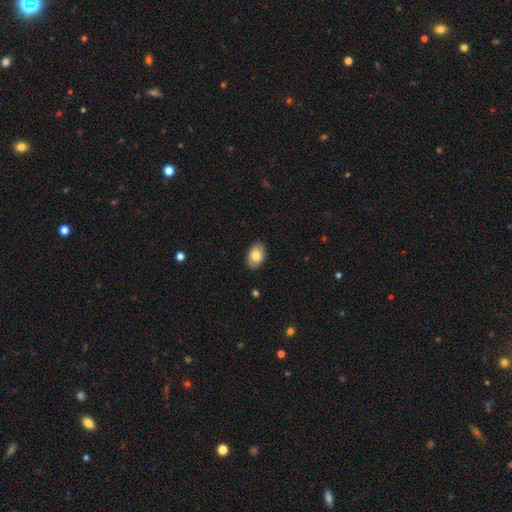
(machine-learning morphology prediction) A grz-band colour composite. It shows a smooth galaxy with no disk features (81%) that is in between round and cigar-shaped (89%). Merging: none (88%).